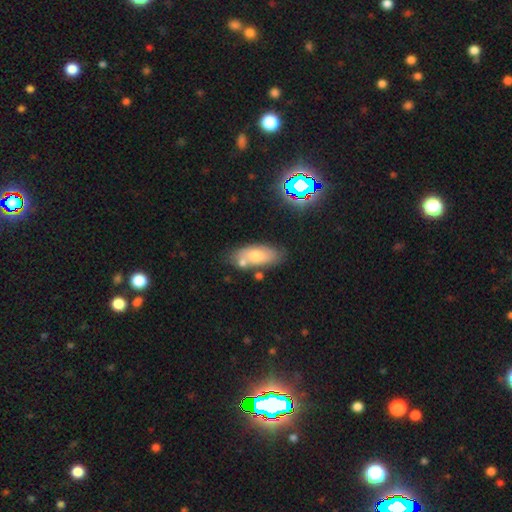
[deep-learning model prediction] A smooth galaxy with no disk features (64%) that is in between round and cigar-shaped (84%).

Vote fractions:
- Smooth or featured? smooth: 64% / featured or disk: 24% / star or artifact: 12%
- How rounded? in between: 84% / cigar-shaped: 12% / round: 4%
- Merging? none: 67% / minor disturbance: 15% / merger: 14% / major disturbance: 4%